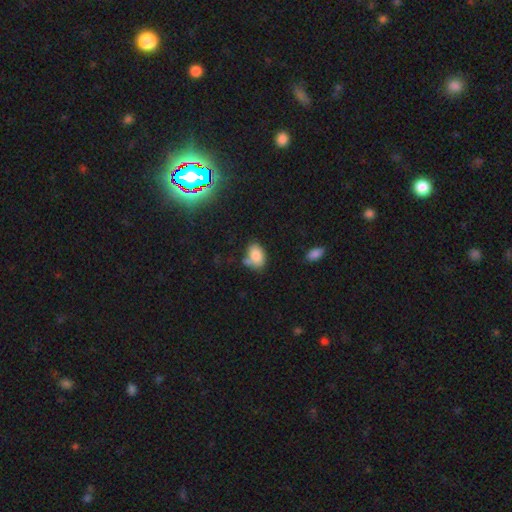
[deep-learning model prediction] This appears to be a smooth galaxy with no disk features (82%) that is in between round and cigar-shaped (86%). Merging: none (58%).